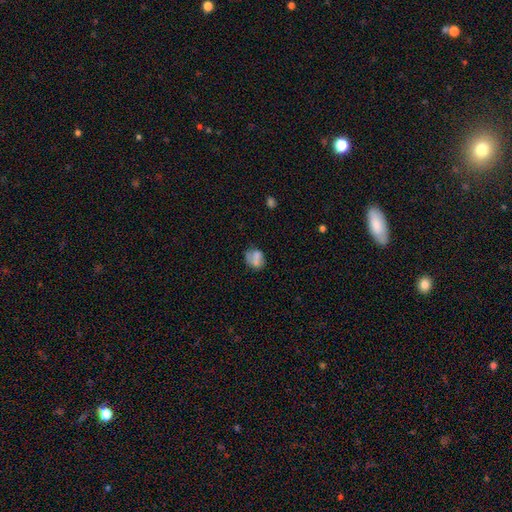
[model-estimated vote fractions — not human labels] The model was most divided on "how rounded": round: 51%, in between: 48%, cigar-shaped: 1%. Remaining: smooth or featured — smooth (64%); merging — none (43%).